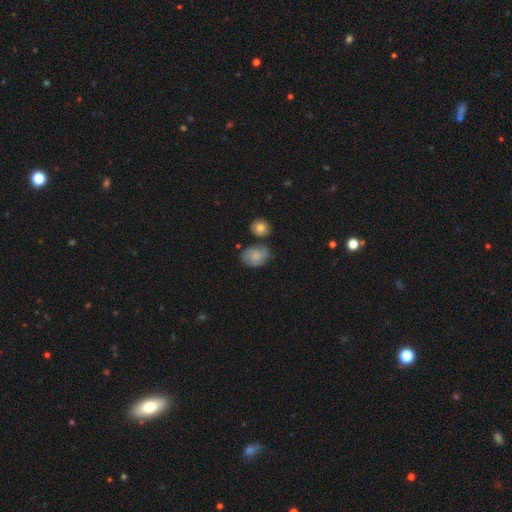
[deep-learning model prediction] This appears to be a smooth galaxy with no disk features (74%) that is in between round and cigar-shaped (70%). Merging: none (58%).